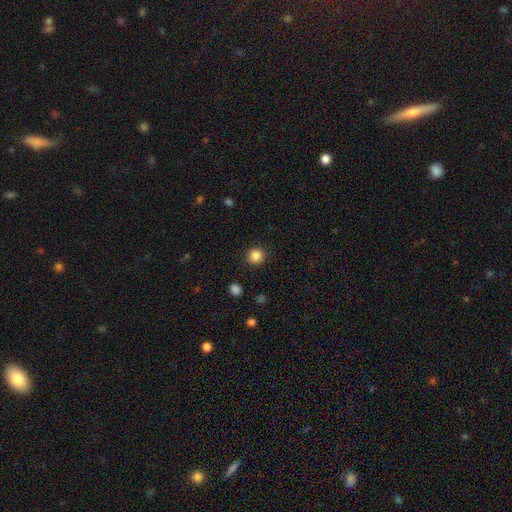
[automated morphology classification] smooth 86%, star or artifact 11%, featured or disk 4%. Down the decision tree: how rounded — round (92%); merging — none (91%).